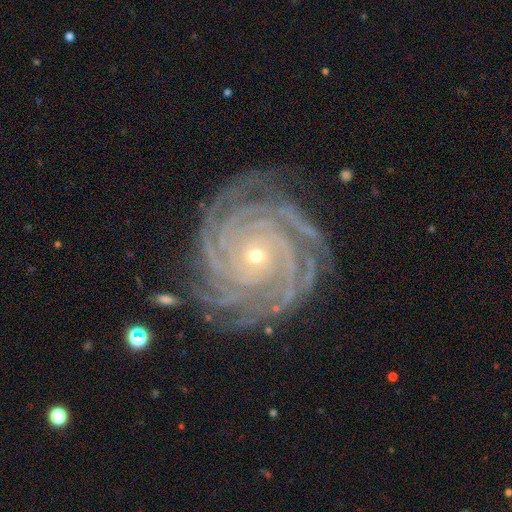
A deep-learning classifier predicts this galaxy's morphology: featured or disk 93%, star or artifact 5%, smooth 3%. Down the decision tree: edge-on disk — no (98%); bar — no (72%); spiral arms — yes (99%); spiral arm count — more than 4 (34%); spiral winding — tight (88%); bulge size — small (78%); merging — none (83%).